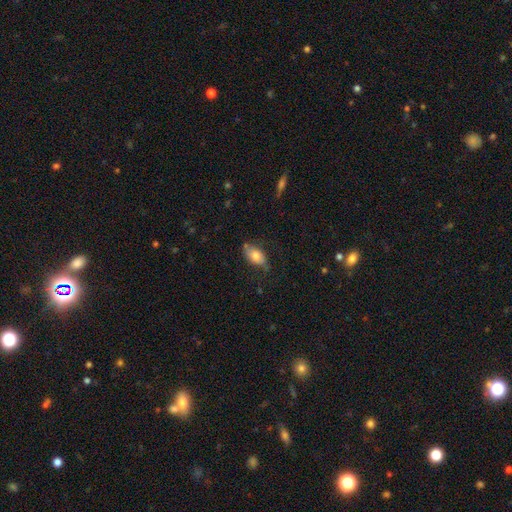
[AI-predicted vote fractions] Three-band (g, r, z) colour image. It shows a smooth galaxy with no disk features (73%) that is in between round and cigar-shaped (90%). Merging: none (64%).